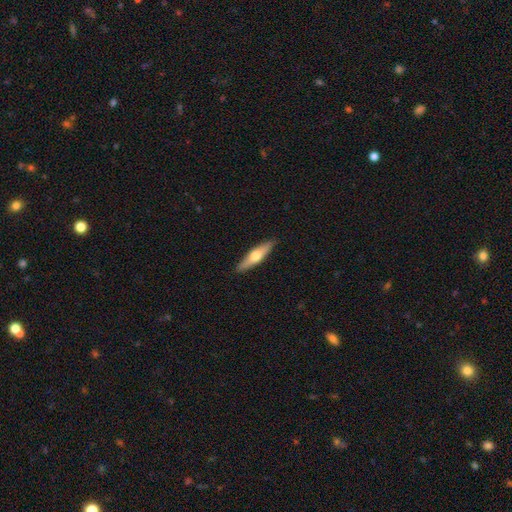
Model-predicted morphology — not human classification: Overall: featured or disk (48%; smooth 47%). Merging: none (90%).